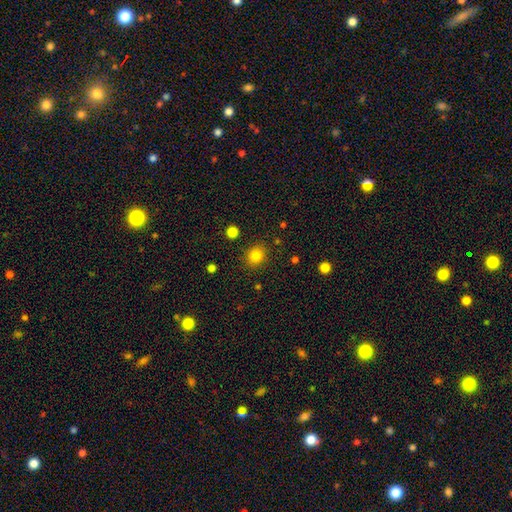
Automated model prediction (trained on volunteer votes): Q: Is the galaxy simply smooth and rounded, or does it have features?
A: smooth — 83%.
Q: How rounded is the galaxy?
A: round — 75%.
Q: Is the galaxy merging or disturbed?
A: none — 88%.